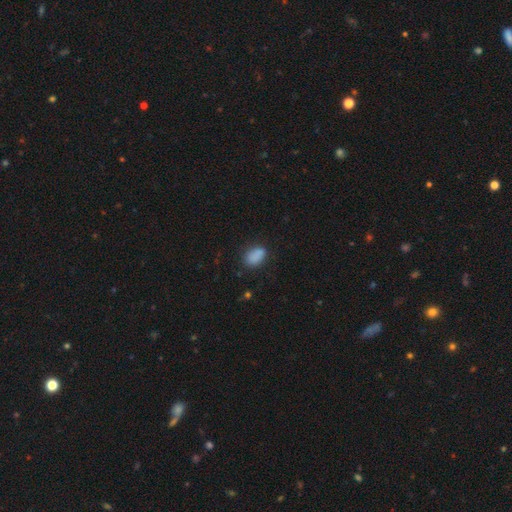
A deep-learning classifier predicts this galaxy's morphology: Smooth or featured: smooth — 85% (star or artifact — 10%)
How rounded: in between — 85% (round — 13%)
Merging: none — 72% (minor disturbance — 19%)